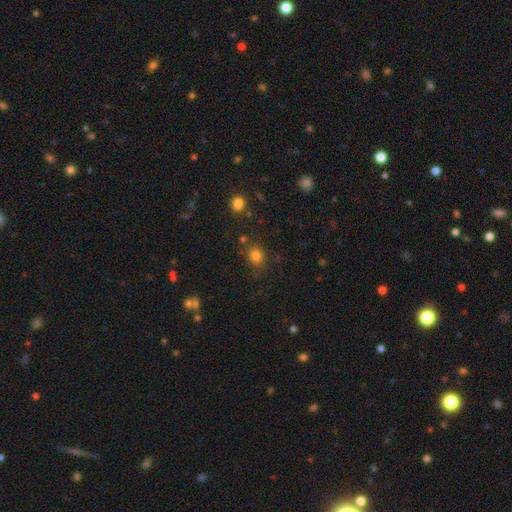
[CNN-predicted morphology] A smooth galaxy with no disk features (80%) that is round (59%).

Vote fractions:
- Smooth or featured? smooth: 80% / star or artifact: 14% / featured or disk: 6%
- How rounded? round: 59% / in between: 40% / cigar-shaped: 1%
- Merging? none: 78% / minor disturbance: 12% / merger: 5% / major disturbance: 4%